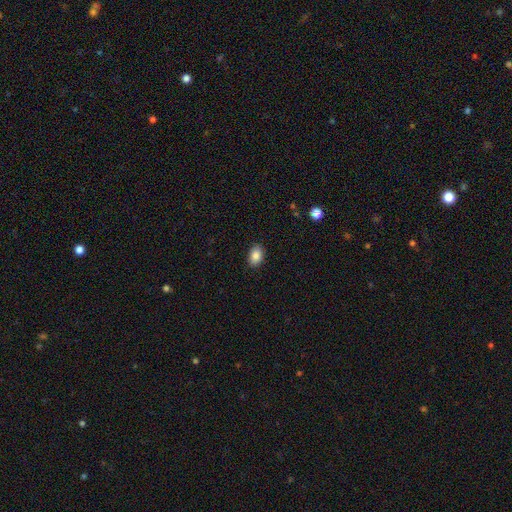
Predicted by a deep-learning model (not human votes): Overall: smooth (86%). How rounded: in between (85%). Merging: none (88%).